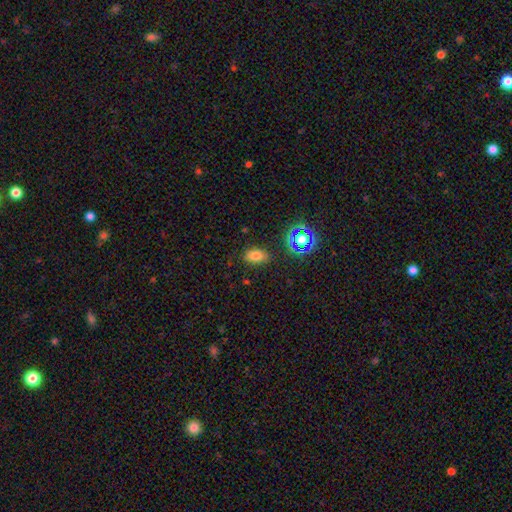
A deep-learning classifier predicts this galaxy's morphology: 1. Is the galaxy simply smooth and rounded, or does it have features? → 74% smooth, 17% star or artifact, 9% featured or disk.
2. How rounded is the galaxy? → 85% in between, 12% round, 3% cigar-shaped.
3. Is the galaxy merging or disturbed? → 83% none, 11% minor disturbance, 3% major disturbance, 2% merger.